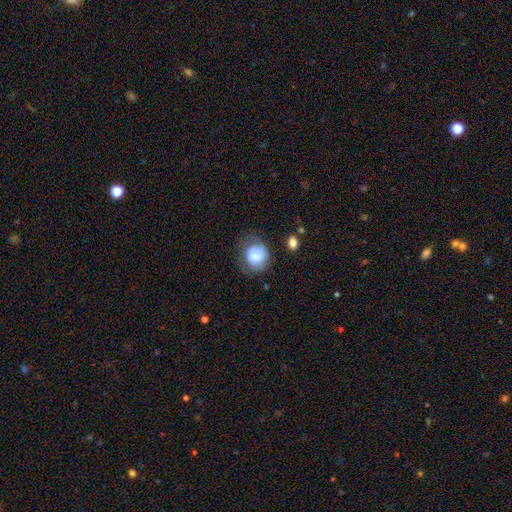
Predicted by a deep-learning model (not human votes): smooth-or-featured: smooth: 64% | featured or disk: 27% | star or artifact: 9%
  how-rounded: round: 72% | in between: 27% | cigar-shaped: 1%
  merging: none: 57% | minor disturbance: 26% | major disturbance: 14% | merger: 4%